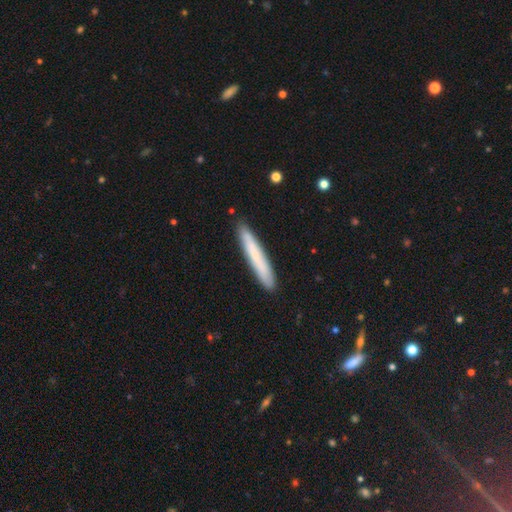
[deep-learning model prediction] smooth-or-featured: smooth: 70% | featured or disk: 24% | star or artifact: 6%
  how-rounded: cigar-shaped: 95% | in between: 4% | round: 1%
  merging: none: 90% | minor disturbance: 8% | major disturbance: 1% | merger: 1%